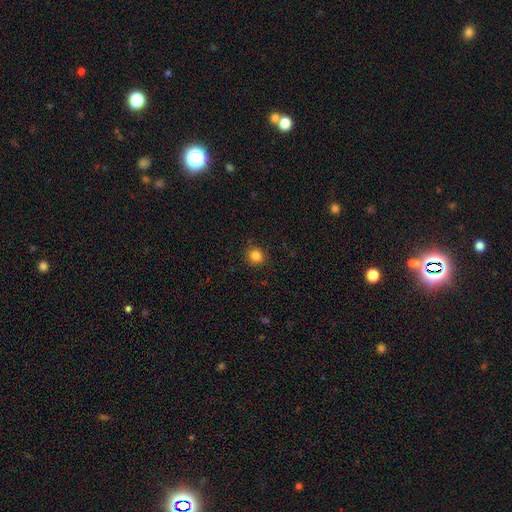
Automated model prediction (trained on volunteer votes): This appears to be a smooth galaxy with no disk features (84%) that is round (87%). Merging: none (87%).